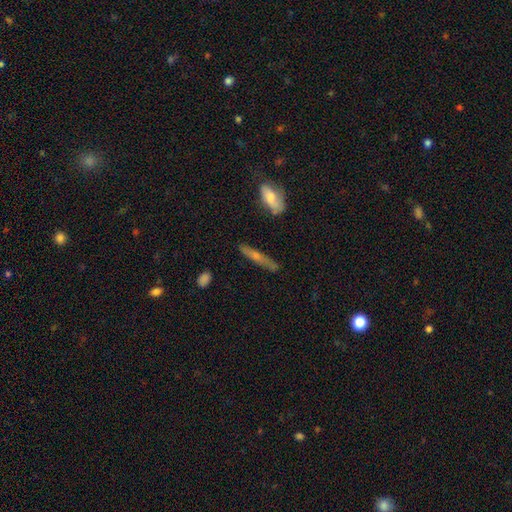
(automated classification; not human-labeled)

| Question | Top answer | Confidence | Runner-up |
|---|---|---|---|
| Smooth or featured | featured or disk | 48% | smooth (41%) |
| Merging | none | 81% | minor disturbance (13%) |